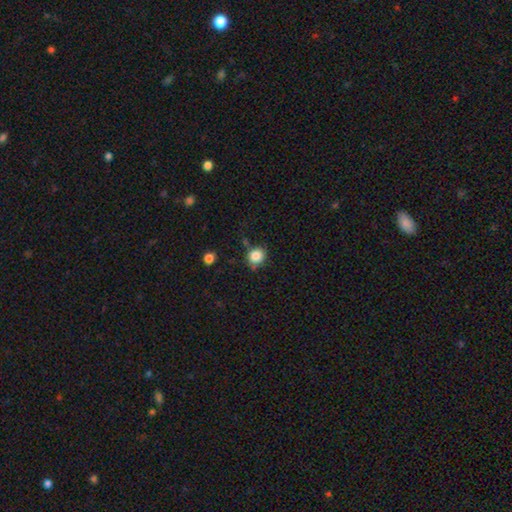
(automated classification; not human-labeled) Smooth or featured? smooth (84%)
How rounded? round (82%)
Merging? none (74%)